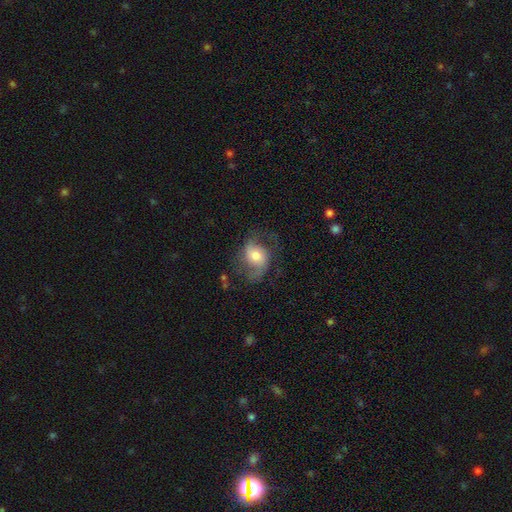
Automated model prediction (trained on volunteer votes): A featured or disk galaxy (64%) with no bar (61%), 2 (84%) loose (49%) spiral arms (88%) and a moderate central bulge (61%).

Vote fractions:
- Smooth or featured? featured or disk: 64% / smooth: 29% / star or artifact: 8%
- Edge-on disk? no: 97% / yes: 3%
- Bar? no: 61% / weak: 31% / strong: 8%
- Spiral arms? yes: 88% / no: 12%
- Spiral winding? loose: 49% / medium: 40% / tight: 11%
- Spiral arm count? 2: 84% / 1: 6% / can't tell: 6% / 3: 2% / 4: 1% / more than 4: 1%
- Bulge size? moderate: 61% / small: 21% / large: 14% / dominant: 2% / none: 2%
- Merging? none: 56% / minor disturbance: 22% / major disturbance: 20% / merger: 2%